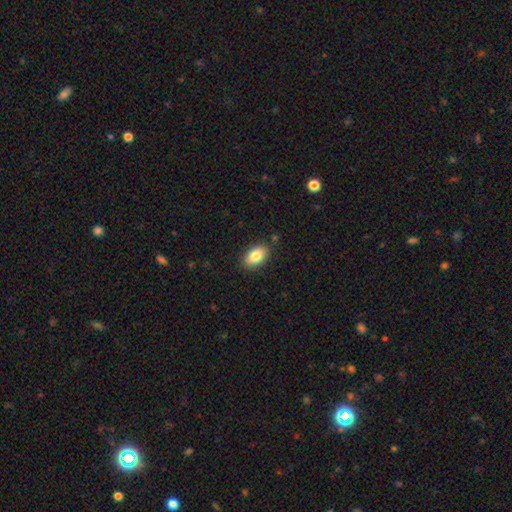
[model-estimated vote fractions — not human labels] Smooth or featured?
  - smooth: 84% *
  - featured or disk: 9%
  - star or artifact: 7%
How rounded?
  - in between: 92% *
  - round: 6%
  - cigar-shaped: 2%
Merging?
  - none: 86% *
  - minor disturbance: 10%
  - major disturbance: 2%
  - merger: 2%